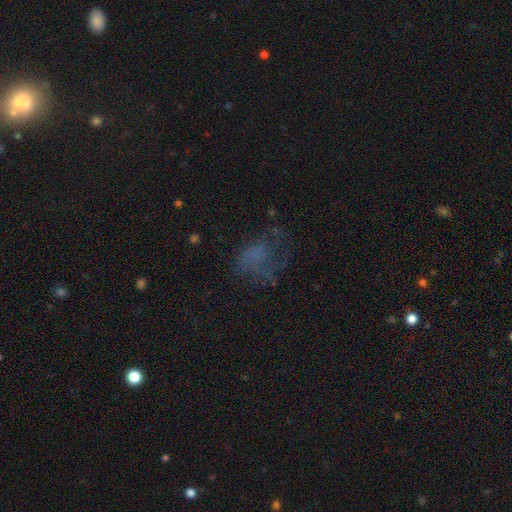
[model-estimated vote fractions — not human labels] The model was most divided on "merging": none: 41%, major disturbance: 36%, minor disturbance: 20%, merger: 3%. Remaining: smooth or featured — smooth (42%).